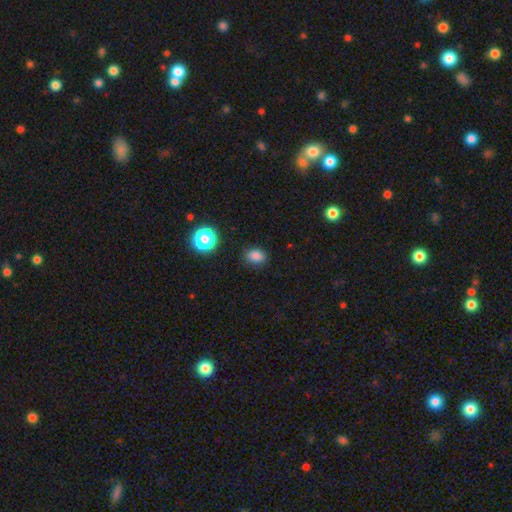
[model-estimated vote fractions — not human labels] smooth-or-featured: smooth: 82% | star or artifact: 14% | featured or disk: 4%
  how-rounded: in between: 58% | round: 41% | cigar-shaped: 1%
  merging: none: 84% | minor disturbance: 11% | major disturbance: 3% | merger: 2%